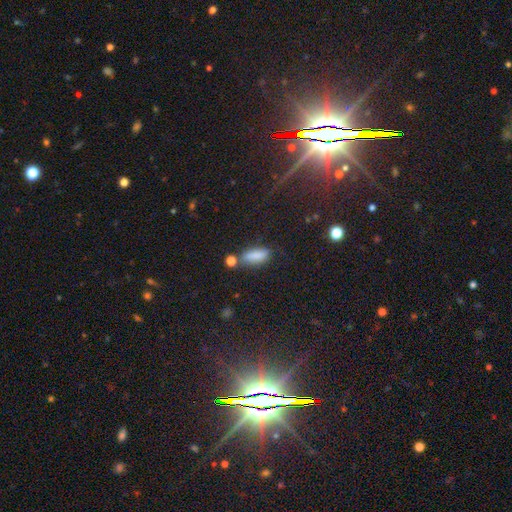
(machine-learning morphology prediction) Smooth or featured: smooth — 82% (star or artifact — 10%)
How rounded: in between — 68% (cigar-shaped — 28%)
Merging: none — 63% (minor disturbance — 19%)